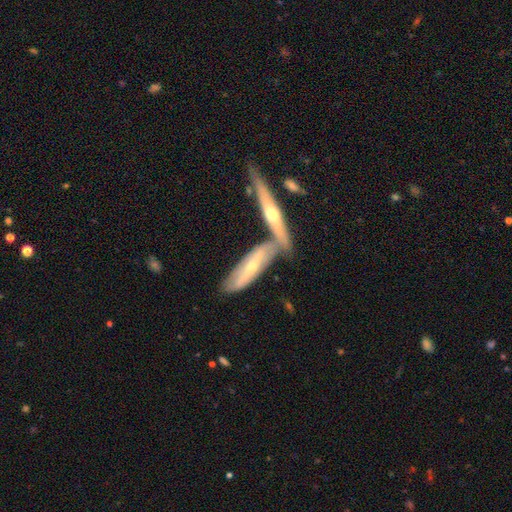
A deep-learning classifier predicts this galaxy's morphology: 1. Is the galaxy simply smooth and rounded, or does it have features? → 74% featured or disk, 18% smooth, 8% star or artifact.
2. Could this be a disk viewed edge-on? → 82% yes, 18% no.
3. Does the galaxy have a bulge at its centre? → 85% rounded, 11% none, 4% boxy.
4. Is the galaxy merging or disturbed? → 51% none, 34% merger, 11% minor disturbance, 4% major disturbance.